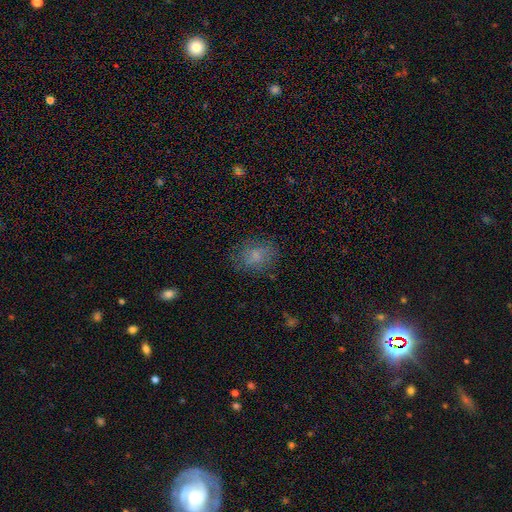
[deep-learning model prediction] This appears to be a smooth galaxy with no disk features (72%) that is in between round and cigar-shaped (55%). Merging: none (74%).